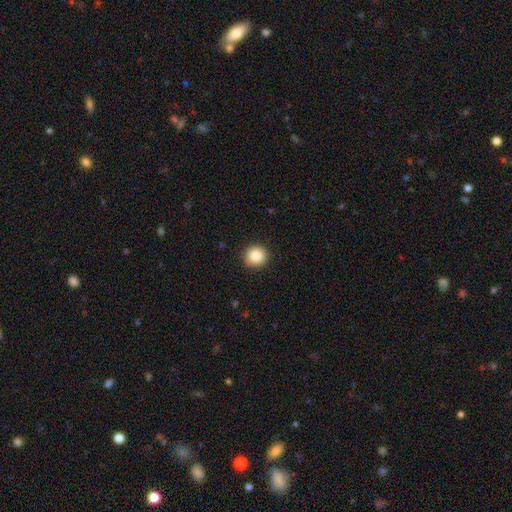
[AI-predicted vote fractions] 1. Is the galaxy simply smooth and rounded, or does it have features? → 86% smooth, 9% star or artifact, 5% featured or disk.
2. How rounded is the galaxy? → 91% round, 8% in between, 1% cigar-shaped.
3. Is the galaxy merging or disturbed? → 91% none, 6% minor disturbance, 2% major disturbance, 1% merger.